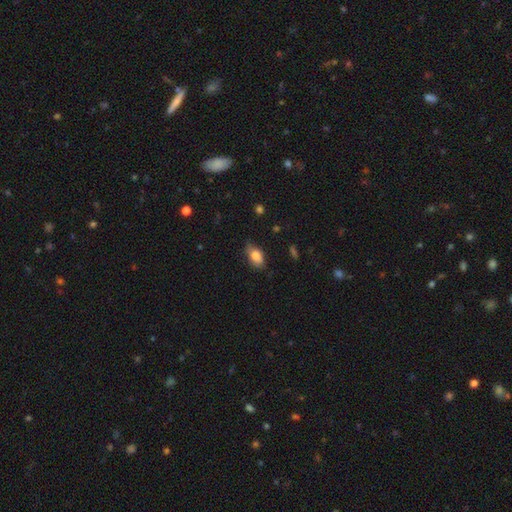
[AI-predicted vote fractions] Smooth or featured? Predicted: smooth (p=0.80). How rounded? Predicted: in between (p=0.89). Merging? Predicted: none (p=0.67).